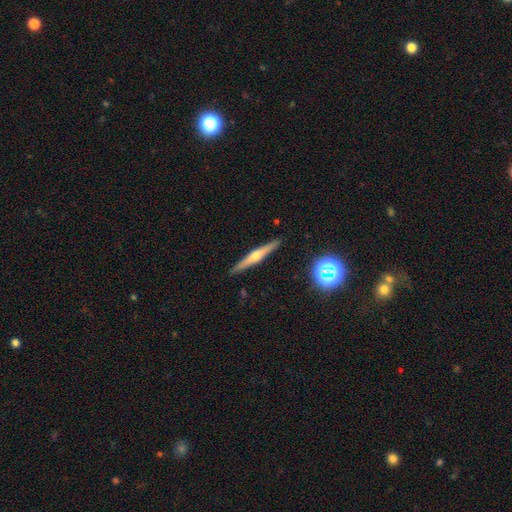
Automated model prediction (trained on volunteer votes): Morphology: type=featured or disk (70%); edge-on=yes (98%); edge-on bulge=rounded (91%); merging=none (91%).